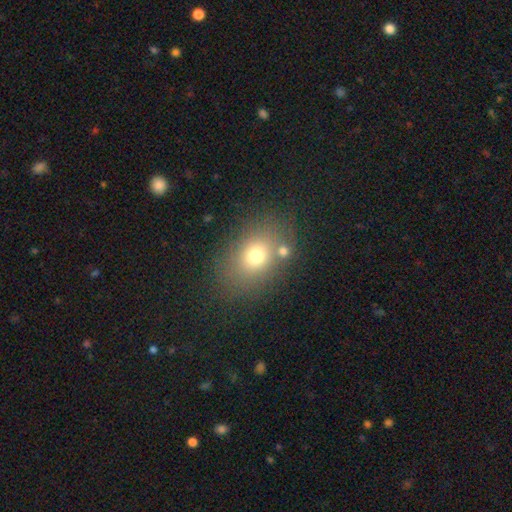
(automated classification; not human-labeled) smooth 70%, star or artifact 15%, featured or disk 14%. Down the decision tree: how rounded — in between (64%); merging — none (73%).